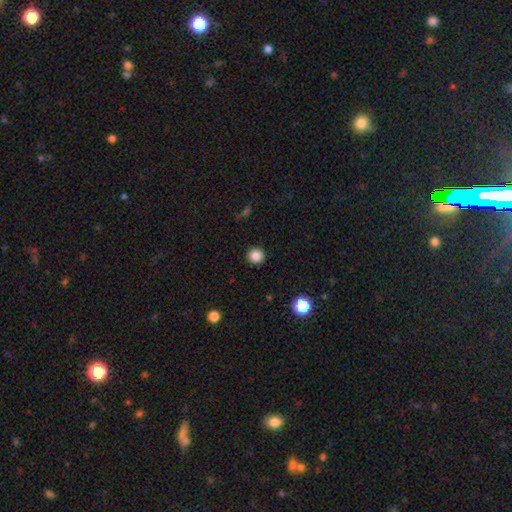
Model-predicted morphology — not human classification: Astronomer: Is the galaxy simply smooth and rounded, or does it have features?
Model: smooth — 85%.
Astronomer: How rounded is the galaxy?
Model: round — 94%.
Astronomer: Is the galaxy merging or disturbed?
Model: none — 92%.